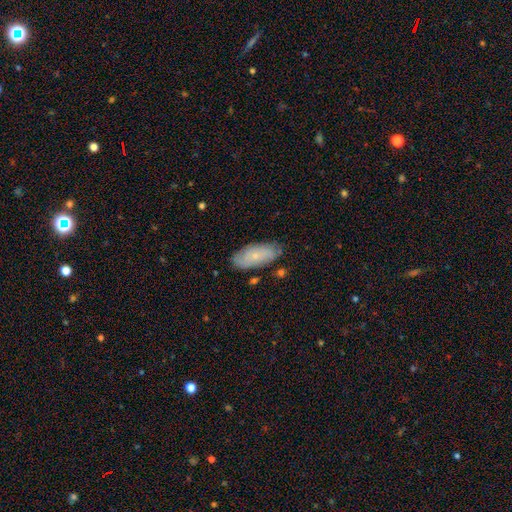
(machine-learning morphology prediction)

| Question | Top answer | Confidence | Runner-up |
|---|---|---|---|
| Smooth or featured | smooth | 59% | featured or disk (34%) |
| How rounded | in between | 86% | cigar-shaped (11%) |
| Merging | none | 77% | minor disturbance (17%) |